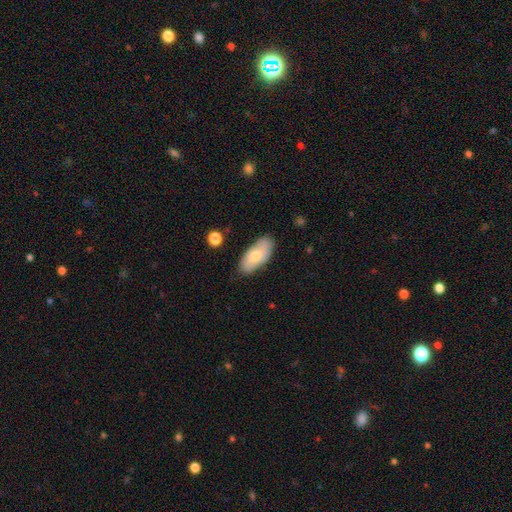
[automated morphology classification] Q: Smooth or featured?
A: smooth (71%); runner-up: featured or disk (23%)
Q: How rounded?
A: in between (89%); runner-up: cigar-shaped (8%)
Q: Merging?
A: none (82%); runner-up: minor disturbance (14%)